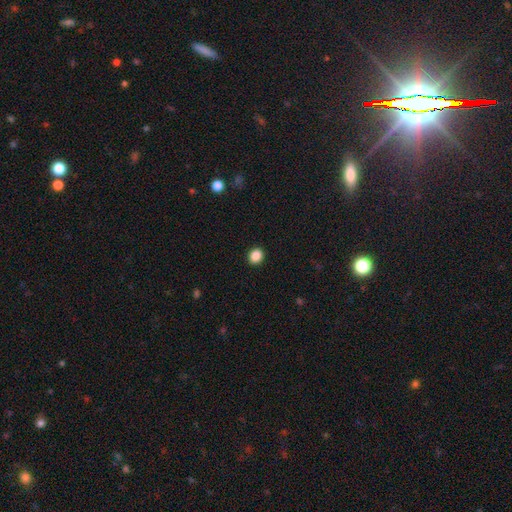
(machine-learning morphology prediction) Smooth or featured?
  - smooth: 88% *
  - star or artifact: 10%
  - featured or disk: 3%
How rounded?
  - round: 76% *
  - in between: 24%
  - cigar-shaped: 1%
Merging?
  - none: 92% *
  - minor disturbance: 5%
  - major disturbance: 2%
  - merger: 1%